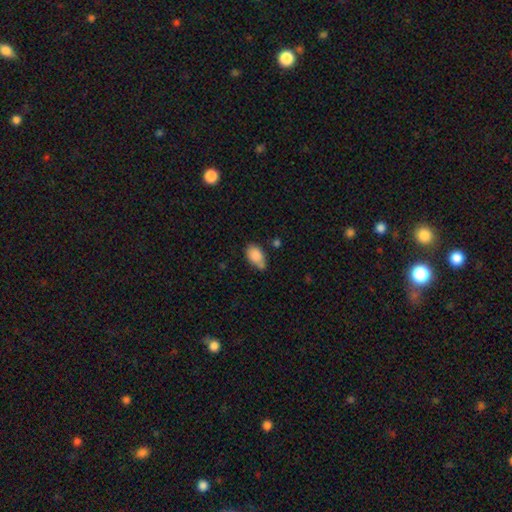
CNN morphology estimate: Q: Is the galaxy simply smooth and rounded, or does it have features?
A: smooth — 85%.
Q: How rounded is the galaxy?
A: in between — 89%.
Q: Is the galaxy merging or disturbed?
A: none — 54%.